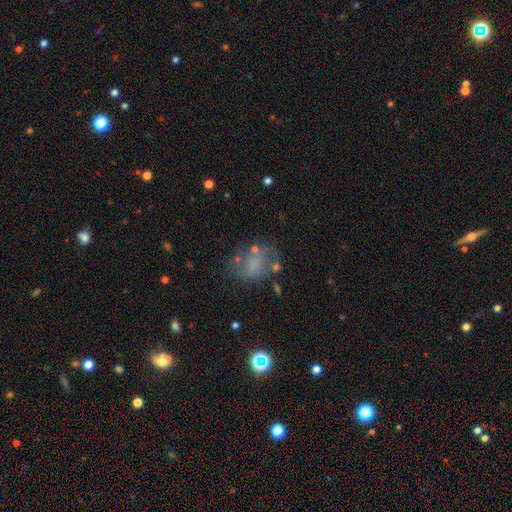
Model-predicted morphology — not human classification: Smooth or featured? smooth (51%)
How rounded? in between (56%)
Merging? none (55%)